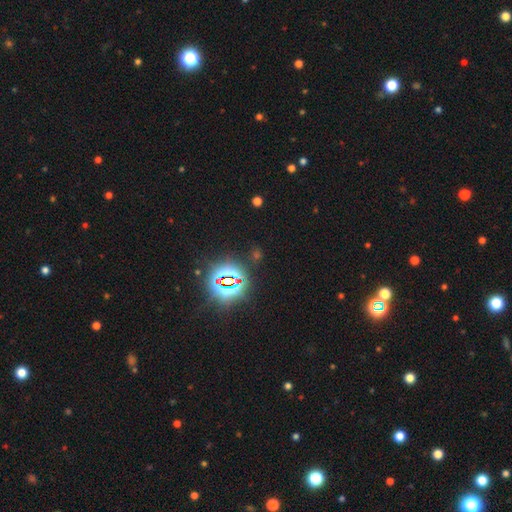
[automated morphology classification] Smooth or featured: star or artifact — 79% (smooth — 14%)